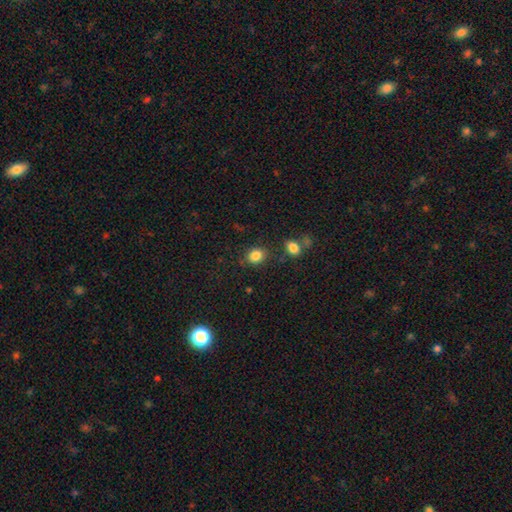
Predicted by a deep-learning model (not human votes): Smooth or featured? Predicted: smooth (p=0.85). How rounded? Predicted: round (p=0.55). Merging? Predicted: none (p=0.80).